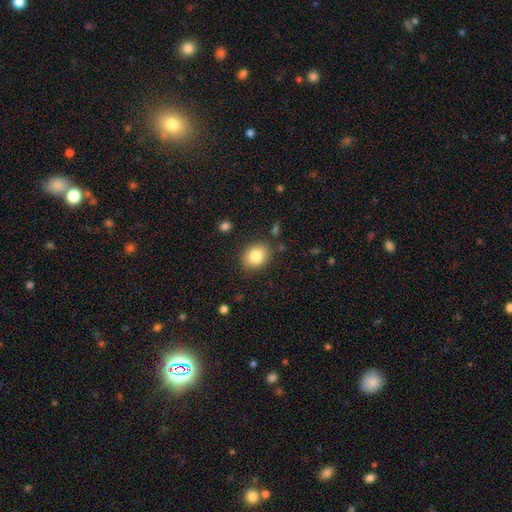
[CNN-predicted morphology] This is clearly a smooth galaxy (84%). How rounded: possibly in between (56%). Merging: clearly none (84%).